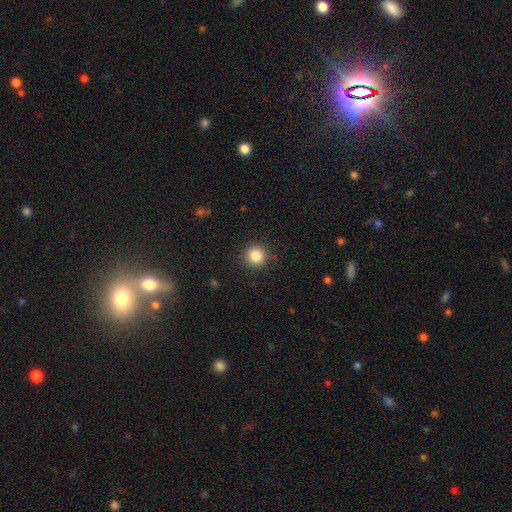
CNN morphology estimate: Overall: smooth (85%). How rounded: round (93%). Merging: none (89%).